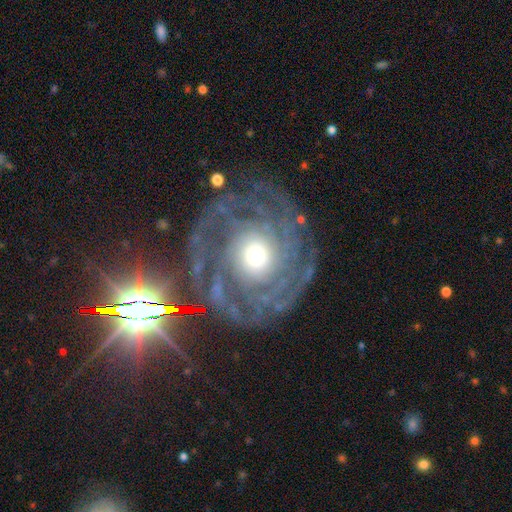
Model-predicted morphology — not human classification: Overall: featured or disk (90%). Edge-on disk: no (97%). Bar: no (77%). Spiral arms: yes (97%). Spiral arm count: can't tell (24%; 3 18%). Spiral winding: tight (71%). Bulge size: moderate (49%; small 25%). Merging: none (68%).